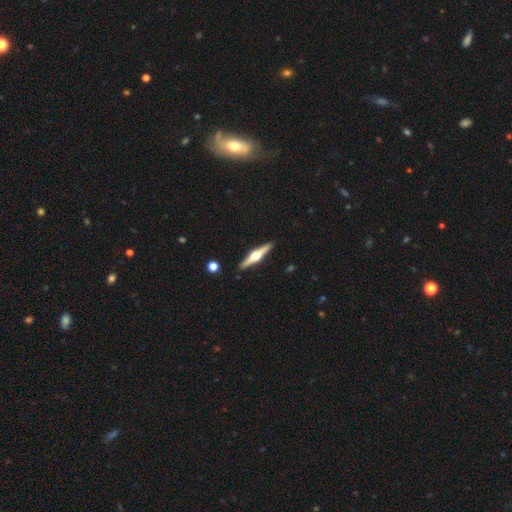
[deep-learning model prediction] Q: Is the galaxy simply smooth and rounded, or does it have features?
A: featured or disk — 78%.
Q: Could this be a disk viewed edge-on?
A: yes — 98%.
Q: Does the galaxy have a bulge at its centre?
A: rounded — 96%.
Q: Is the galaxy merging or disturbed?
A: none — 91%.